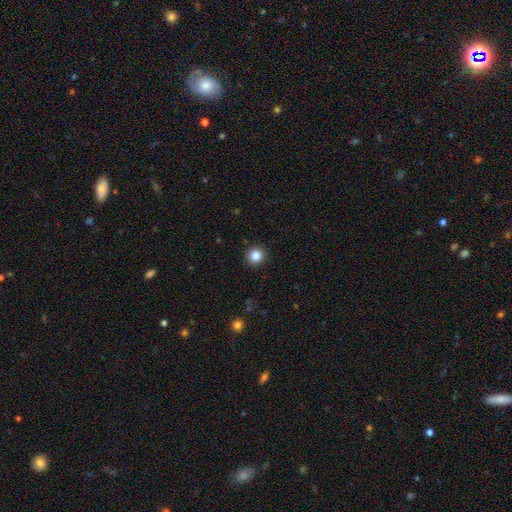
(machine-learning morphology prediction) Q: Smooth or featured?
A: smooth (85%); runner-up: star or artifact (11%)
Q: How rounded?
A: round (94%); runner-up: in between (5%)
Q: Merging?
A: none (93%); runner-up: minor disturbance (5%)